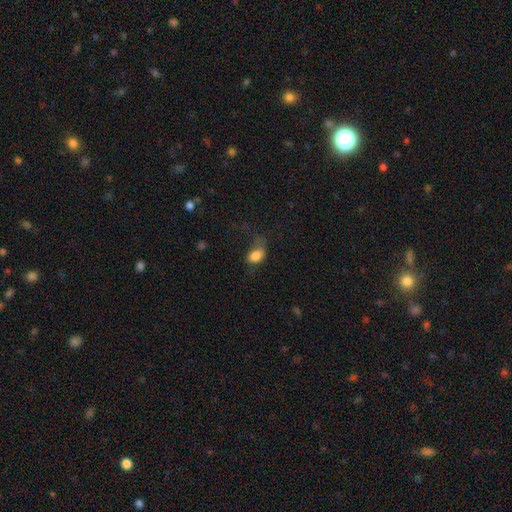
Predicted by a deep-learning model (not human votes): This is clearly a smooth galaxy (81%). How rounded: likely in between (79%). Merging: marginally major disturbance (35%).